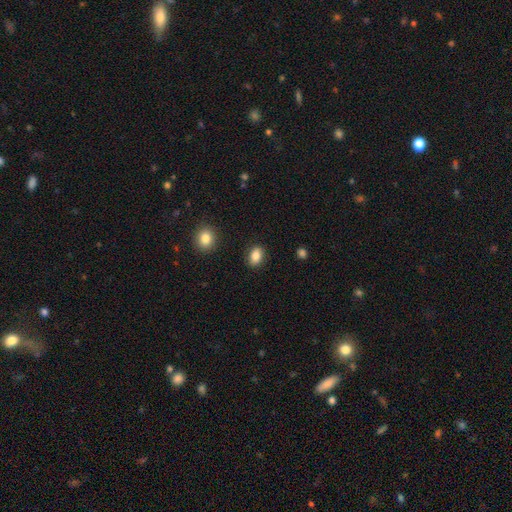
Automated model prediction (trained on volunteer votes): Q: Smooth or featured?
A: smooth (84%); runner-up: star or artifact (9%)
Q: How rounded?
A: in between (80%); runner-up: round (18%)
Q: Merging?
A: none (88%); runner-up: minor disturbance (8%)